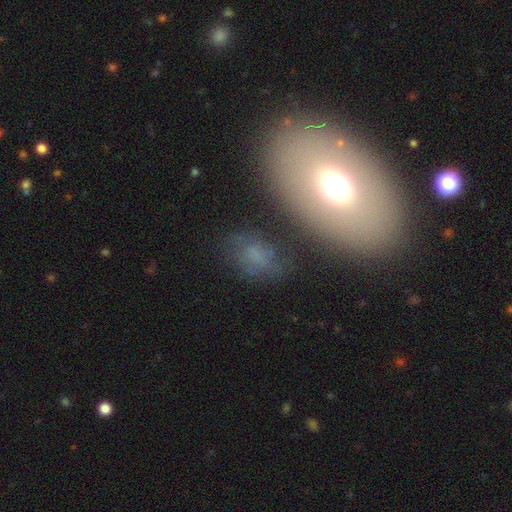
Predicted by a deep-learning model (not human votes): This appears to be a smooth galaxy with no disk features (53%) that is in between round and cigar-shaped (81%). Merging: none (60%).